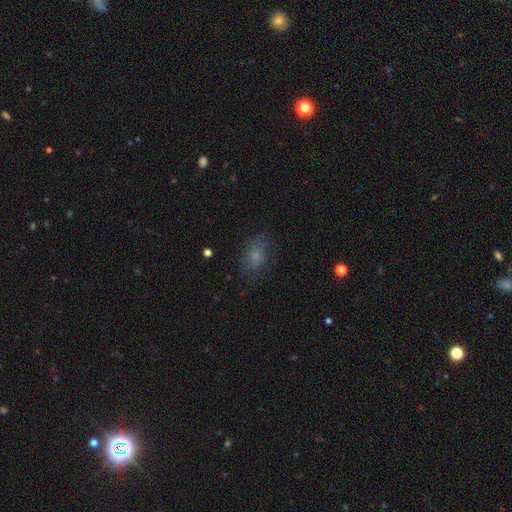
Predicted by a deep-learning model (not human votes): Smooth or featured?
  - smooth: 69% *
  - featured or disk: 15%
  - star or artifact: 15%
How rounded?
  - in between: 67% *
  - round: 32%
  - cigar-shaped: 2%
Merging?
  - none: 71% *
  - minor disturbance: 19%
  - major disturbance: 9%
  - merger: 1%